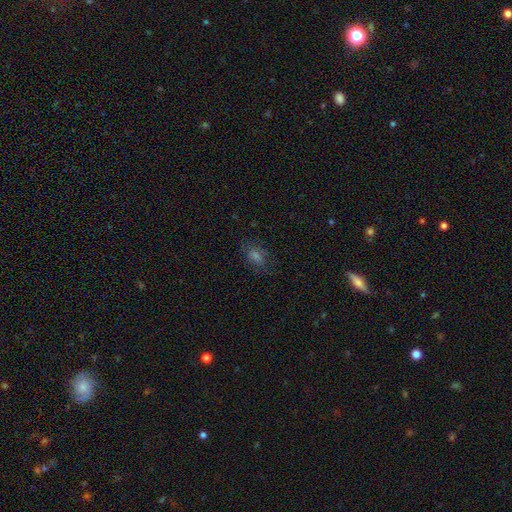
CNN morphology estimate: smooth_or_featured: smooth (p=0.51) [alt: star or artifact p=0.27]
how_rounded: in between (p=0.73) [alt: round p=0.24]
merging: none (p=0.77) [alt: minor disturbance p=0.15]